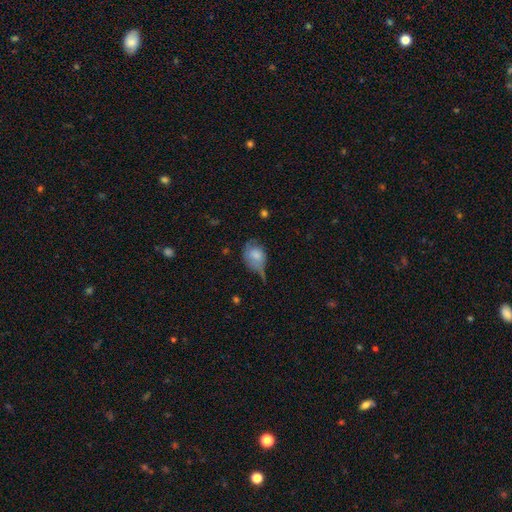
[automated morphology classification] The model was most divided on "merging": minor disturbance: 39%, none: 27%, major disturbance: 27%, merger: 6%. More confident: smooth or featured — smooth (69%); how rounded — in between (64%).